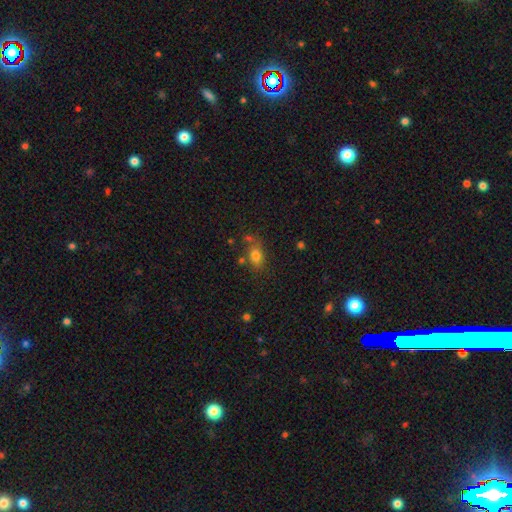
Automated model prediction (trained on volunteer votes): smooth-or-featured: smooth: 77% | star or artifact: 12% | featured or disk: 11%
  how-rounded: in between: 72% | round: 25% | cigar-shaped: 3%
  merging: none: 65% | minor disturbance: 18% | merger: 11% | major disturbance: 6%